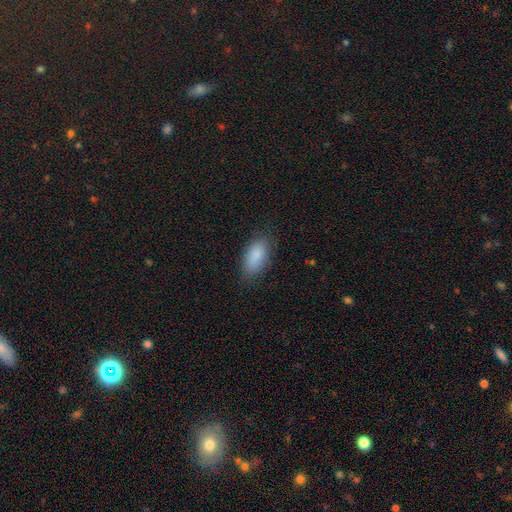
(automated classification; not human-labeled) Q: Smooth or featured?
A: smooth (88%); runner-up: star or artifact (7%)
Q: How rounded?
A: in between (92%); runner-up: cigar-shaped (5%)
Q: Merging?
A: none (82%); runner-up: minor disturbance (13%)